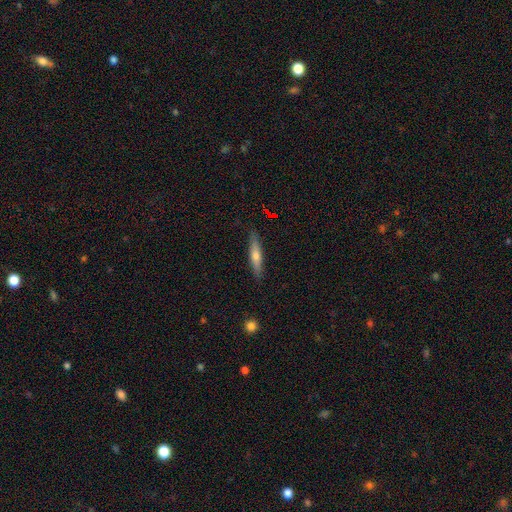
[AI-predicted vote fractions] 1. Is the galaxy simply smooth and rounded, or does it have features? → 50% smooth, 43% featured or disk, 7% star or artifact.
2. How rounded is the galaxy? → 87% cigar-shaped, 11% in between, 2% round.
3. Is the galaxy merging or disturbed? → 88% none, 9% minor disturbance, 2% major disturbance, 1% merger.